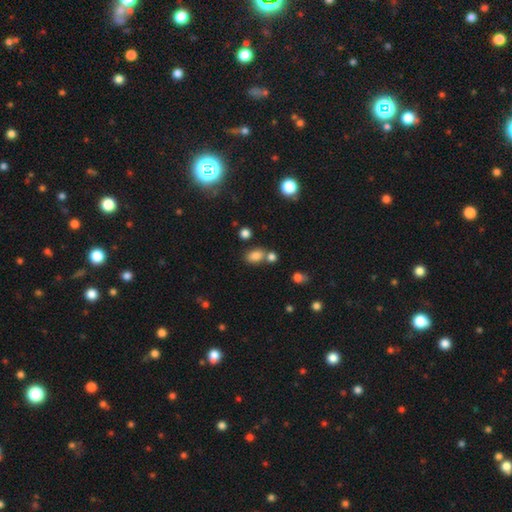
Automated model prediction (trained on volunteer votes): Morphology: type=smooth (80%); roundness=in between (75%); merging=none (58%).